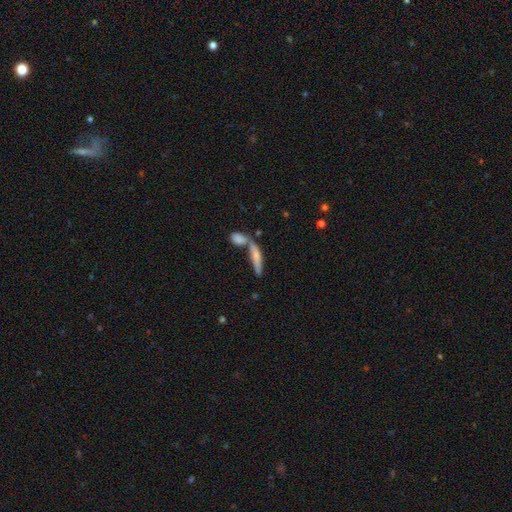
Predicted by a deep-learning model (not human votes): smooth-or-featured: smooth: 63% | featured or disk: 29% | star or artifact: 8%
  how-rounded: cigar-shaped: 75% | in between: 22% | round: 3%
  merging: merger: 46% | none: 38% | minor disturbance: 11% | major disturbance: 6%